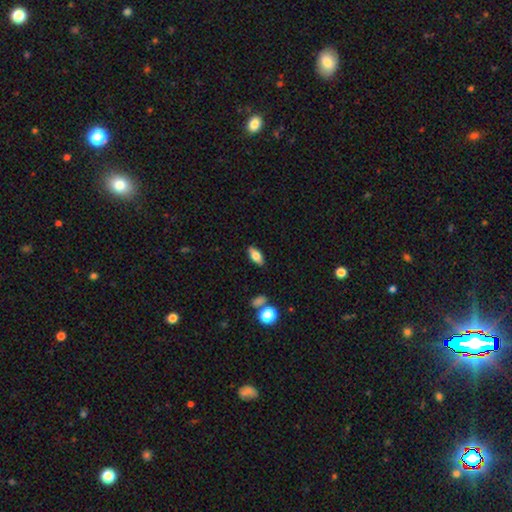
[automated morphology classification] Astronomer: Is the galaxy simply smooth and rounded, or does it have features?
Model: smooth — 74%.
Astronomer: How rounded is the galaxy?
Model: in between — 84%.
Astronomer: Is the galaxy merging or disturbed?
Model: none — 86%.